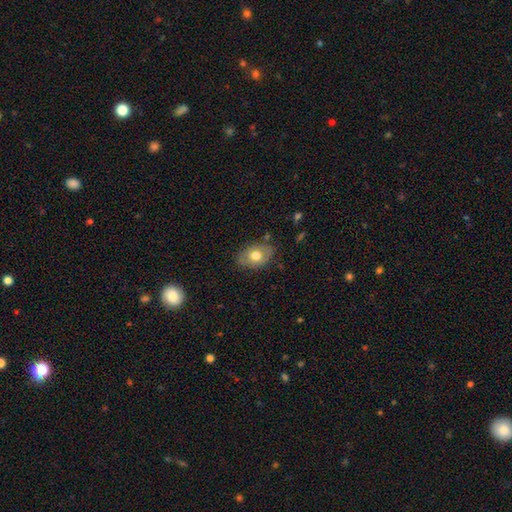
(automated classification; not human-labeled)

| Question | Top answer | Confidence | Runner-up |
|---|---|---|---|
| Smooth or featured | smooth | 69% | featured or disk (23%) |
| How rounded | in between | 81% | round (18%) |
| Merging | none | 78% | minor disturbance (16%) |